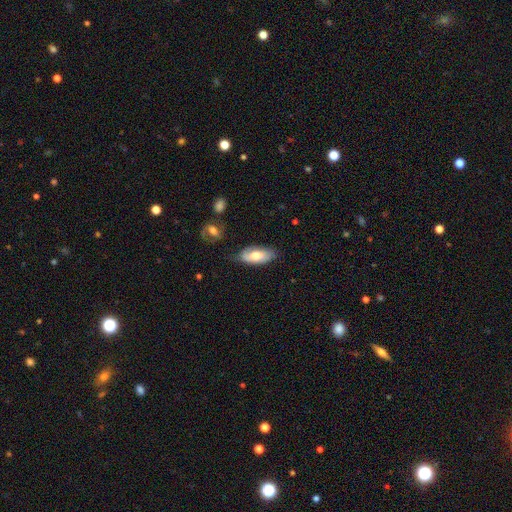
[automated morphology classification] smooth 62%, featured or disk 32%, star or artifact 6%. Down the decision tree: how rounded — in between (87%); merging — none (66%).